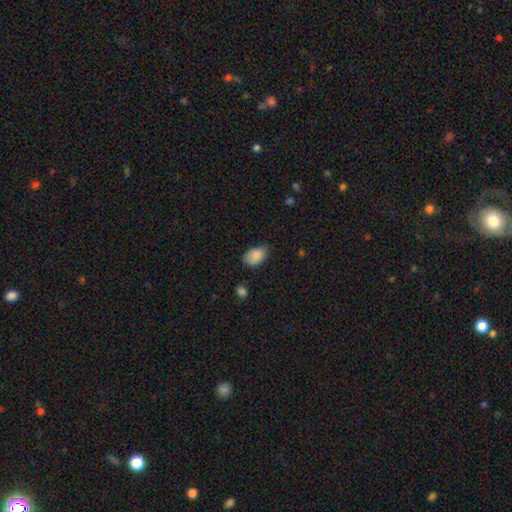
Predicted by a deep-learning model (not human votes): A smooth galaxy with no disk features (87%) that is in between round and cigar-shaped (89%). Merging: none (62%).